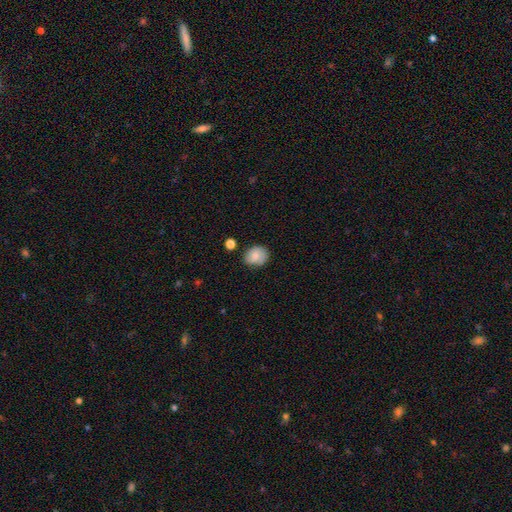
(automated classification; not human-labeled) smooth_or_featured: smooth (p=0.77) [alt: featured or disk p=0.15]
how_rounded: round (p=0.51) [alt: in between p=0.48]
merging: none (p=0.73) [alt: minor disturbance p=0.20]